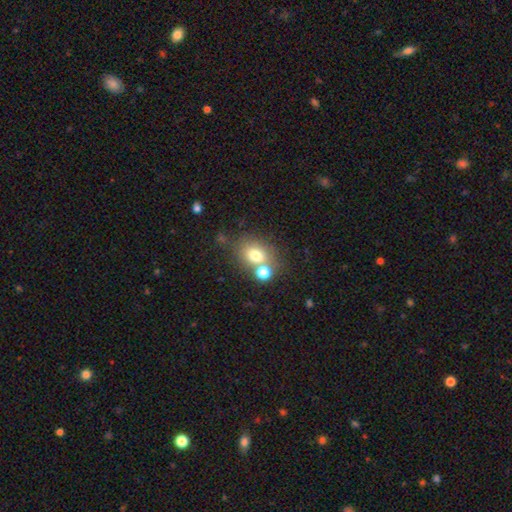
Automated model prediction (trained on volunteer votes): Smooth or featured? Predicted: smooth (p=0.73). How rounded? Predicted: round (p=0.56). Merging? Predicted: none (p=0.55).